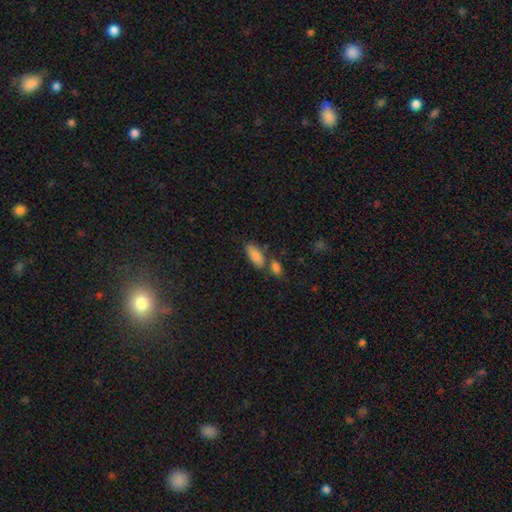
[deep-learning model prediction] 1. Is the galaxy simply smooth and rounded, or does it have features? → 87% smooth, 7% star or artifact, 6% featured or disk.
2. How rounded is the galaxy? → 87% in between, 10% cigar-shaped, 3% round.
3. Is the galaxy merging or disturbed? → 54% none, 27% merger, 14% minor disturbance, 5% major disturbance.